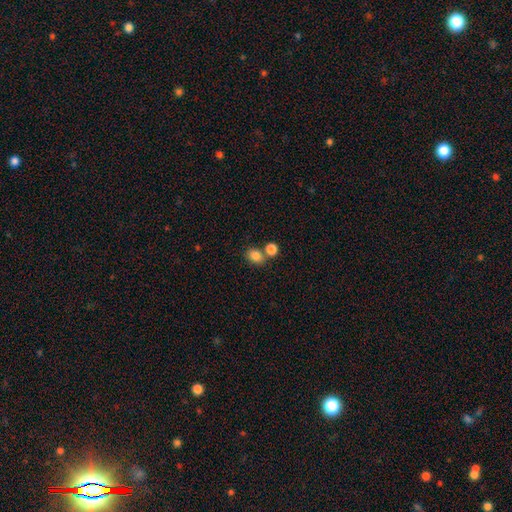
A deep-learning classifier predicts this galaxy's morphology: Smooth or featured? smooth (84%)
How rounded? in between (51%)
Merging? none (59%)